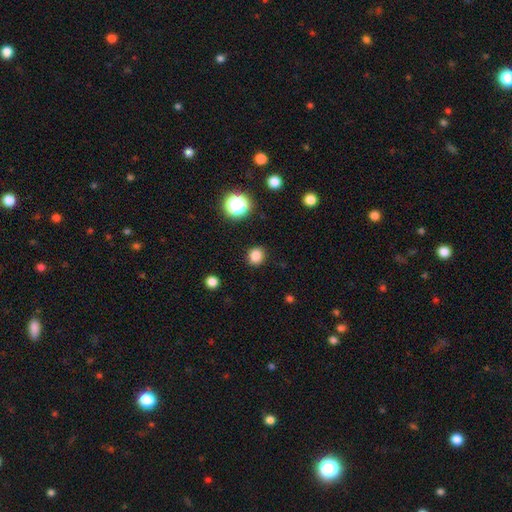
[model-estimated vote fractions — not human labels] Overall: smooth (83%). How rounded: round (82%). Merging: none (89%).